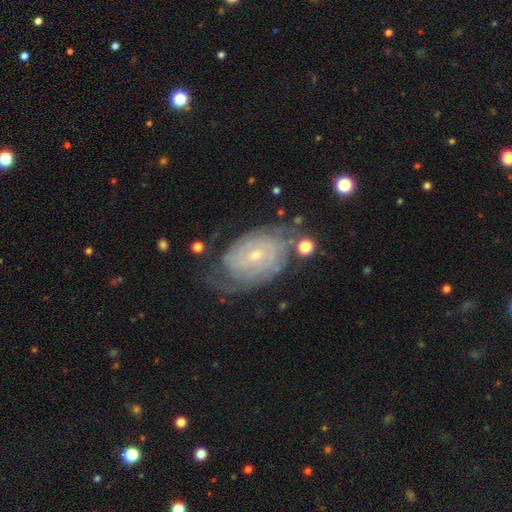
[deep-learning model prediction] Morphology: type=featured or disk (82%); edge-on=no (96%); bar=no (58%); spiral arms=yes (93%); winding=tight (78%); arm count=can't tell (49%); bulge=small (71%); merging=none (63%).